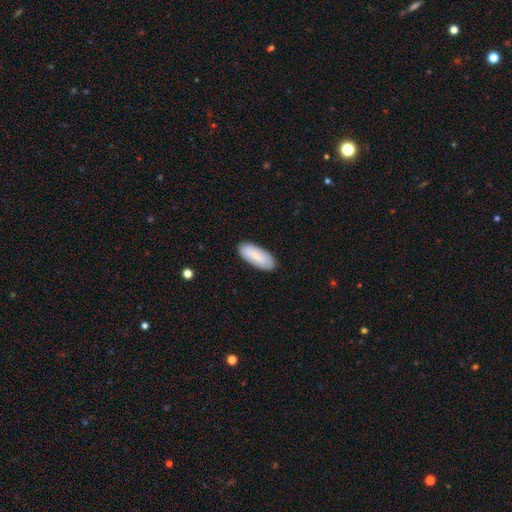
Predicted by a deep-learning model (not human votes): A smooth galaxy with no disk features (83%) that is in between round and cigar-shaped (81%).

Vote fractions:
- Smooth or featured? smooth: 83% / featured or disk: 12% / star or artifact: 6%
- How rounded? in between: 81% / cigar-shaped: 17% / round: 2%
- Merging? none: 87% / minor disturbance: 10% / major disturbance: 2% / merger: 1%